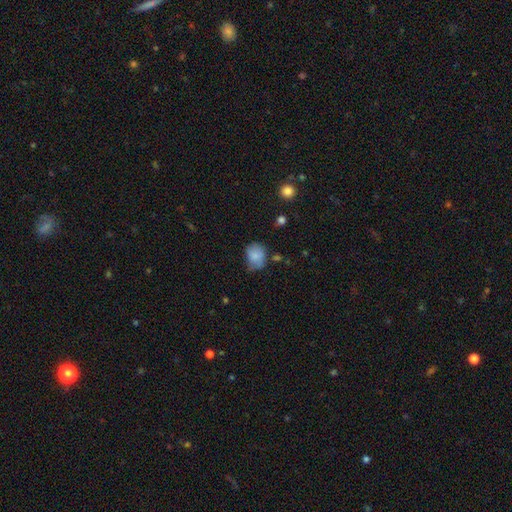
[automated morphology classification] This is likely a smooth galaxy (79%). How rounded: possibly round (51%). Merging: possibly none (46%).